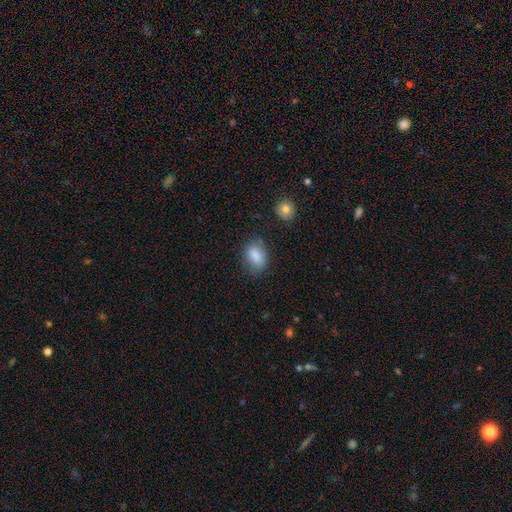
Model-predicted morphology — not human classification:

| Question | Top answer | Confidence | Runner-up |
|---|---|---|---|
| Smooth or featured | smooth | 84% | star or artifact (8%) |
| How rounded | in between | 81% | round (17%) |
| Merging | none | 69% | minor disturbance (22%) |